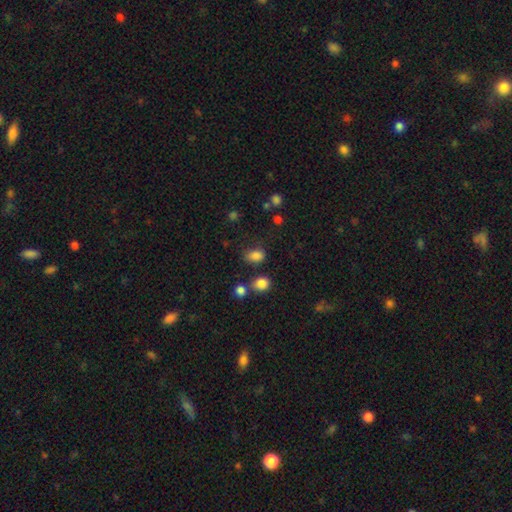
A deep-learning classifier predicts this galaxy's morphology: This is clearly a smooth galaxy (83%). How rounded: likely in between (76%). Merging: likely none (63%).